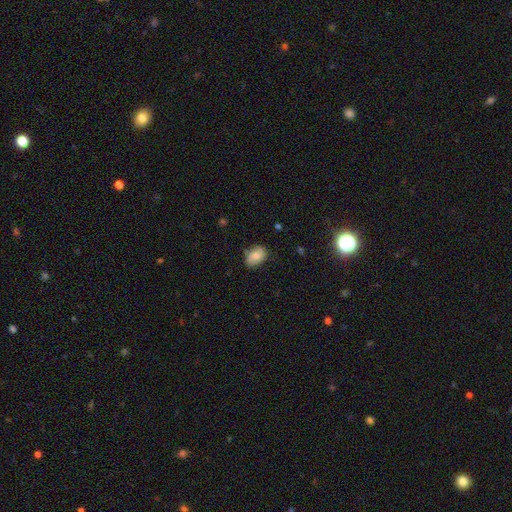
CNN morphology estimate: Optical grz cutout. It shows a smooth galaxy with no disk features (69%) that is in between round and cigar-shaped (81%). Merging: none (74%).